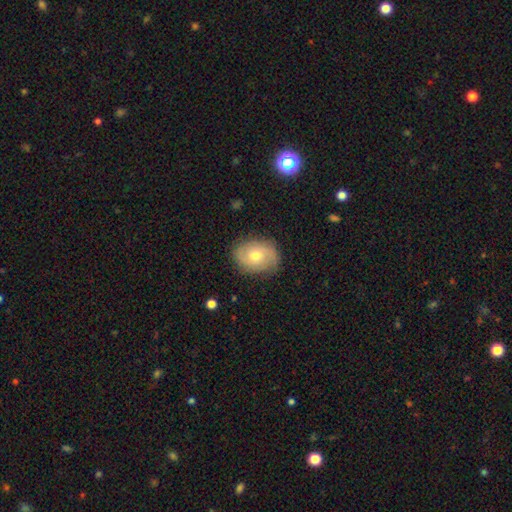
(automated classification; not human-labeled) Smooth or featured? Predicted: featured or disk (p=0.47). Merging? Predicted: none (p=0.79).